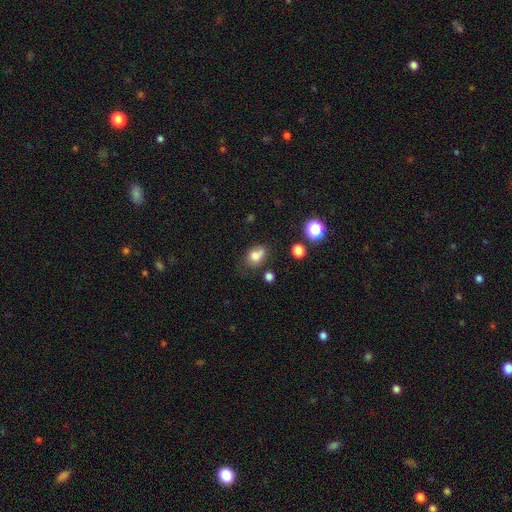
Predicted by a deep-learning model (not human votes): A smooth galaxy with no disk features (77%) that is in between round and cigar-shaped (60%).

Vote fractions:
- Smooth or featured? smooth: 77% / star or artifact: 12% / featured or disk: 11%
- How rounded? in between: 60% / round: 39% / cigar-shaped: 1%
- Merging? none: 49% / minor disturbance: 28% / merger: 13% / major disturbance: 10%